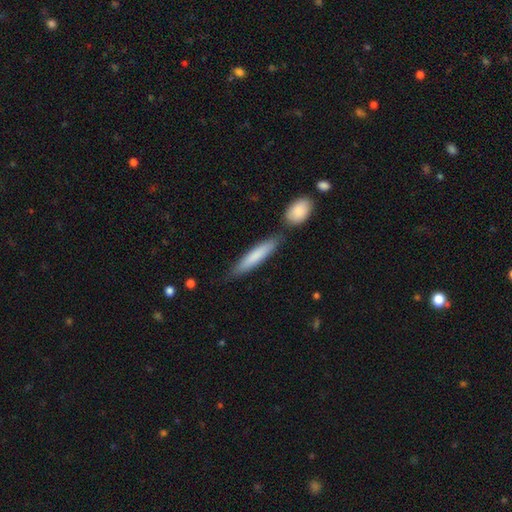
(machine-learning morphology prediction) Q: Smooth or featured?
A: smooth (77%); runner-up: featured or disk (18%)
Q: How rounded?
A: cigar-shaped (87%); runner-up: in between (11%)
Q: Merging?
A: none (74%); runner-up: minor disturbance (12%)